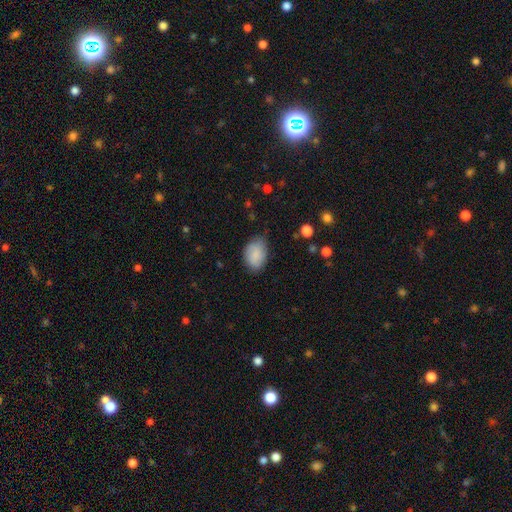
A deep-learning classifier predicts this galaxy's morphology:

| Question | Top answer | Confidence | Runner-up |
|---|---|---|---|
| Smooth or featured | smooth | 85% | featured or disk (8%) |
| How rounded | in between | 85% | round (14%) |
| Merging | none | 74% | minor disturbance (20%) |